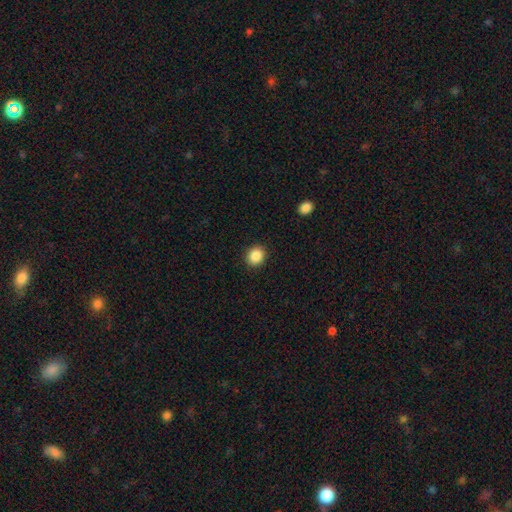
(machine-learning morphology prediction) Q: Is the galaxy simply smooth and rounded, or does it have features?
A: smooth — 87%.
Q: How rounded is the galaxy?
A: round — 75%.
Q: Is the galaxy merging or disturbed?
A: none — 91%.